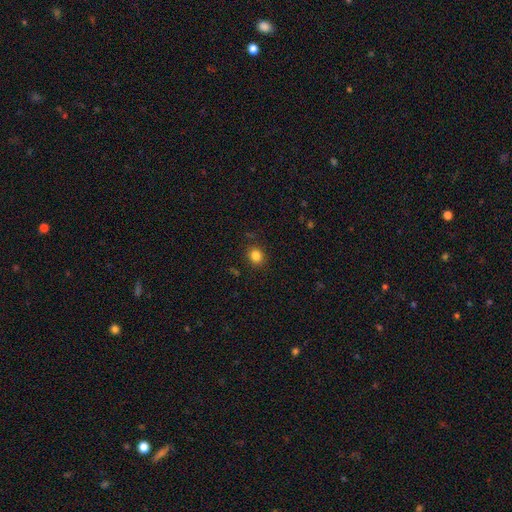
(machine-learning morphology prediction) Q: Smooth or featured?
A: smooth (83%); runner-up: star or artifact (12%)
Q: How rounded?
A: round (71%); runner-up: in between (28%)
Q: Merging?
A: none (88%); runner-up: minor disturbance (8%)